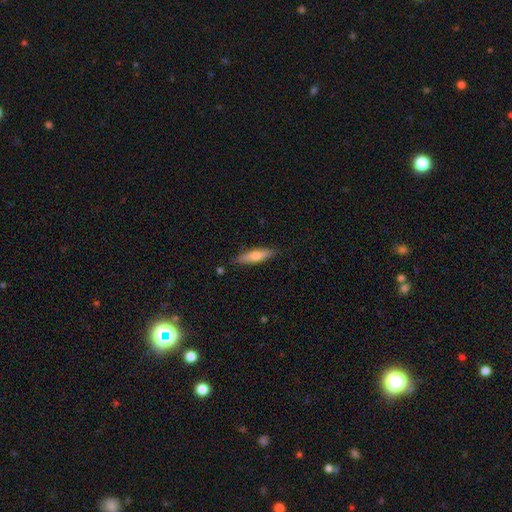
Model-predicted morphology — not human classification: Q: Smooth or featured?
A: smooth (68%); runner-up: featured or disk (26%)
Q: How rounded?
A: cigar-shaped (67%); runner-up: in between (32%)
Q: Merging?
A: none (85%); runner-up: minor disturbance (11%)